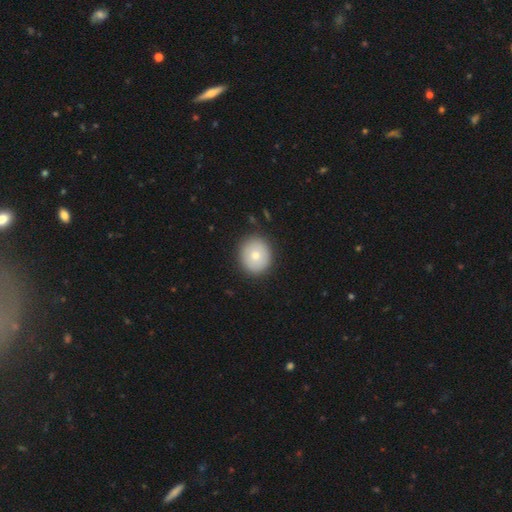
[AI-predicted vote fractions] Morphology: type=smooth (73%); roundness=round (80%); merging=none (88%).